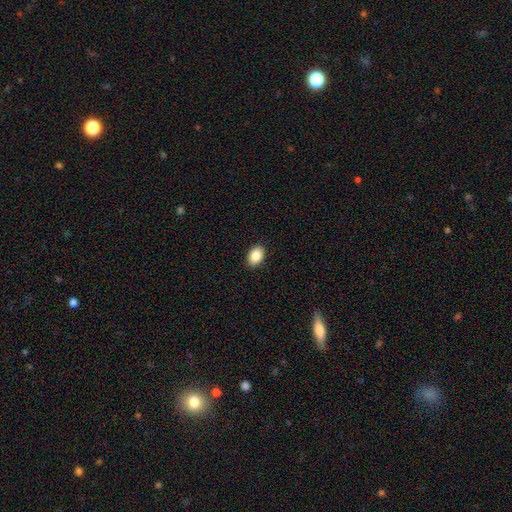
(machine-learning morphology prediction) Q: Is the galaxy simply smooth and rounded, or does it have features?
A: smooth — 87%.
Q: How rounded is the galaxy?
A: in between — 82%.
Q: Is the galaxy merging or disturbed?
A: none — 89%.